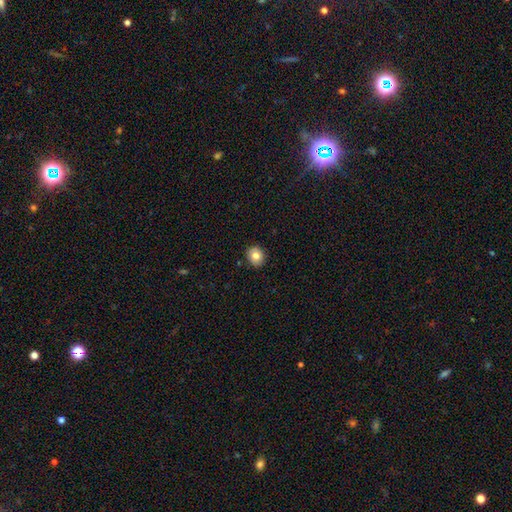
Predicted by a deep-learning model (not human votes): Overall: smooth (80%). How rounded: round (73%). Merging: none (89%).